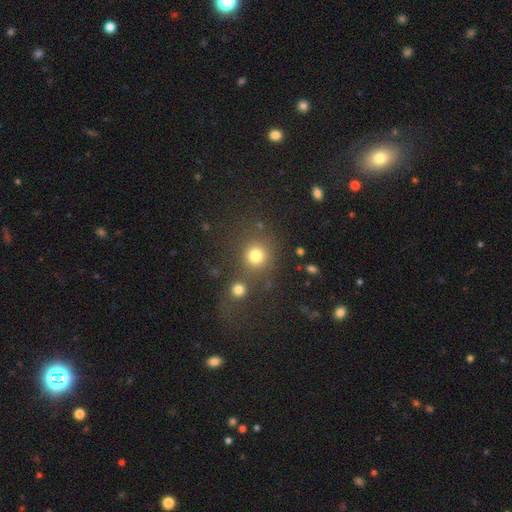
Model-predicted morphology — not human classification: A smooth galaxy with no disk features (79%) that is round (89%). Merging: none (65%).